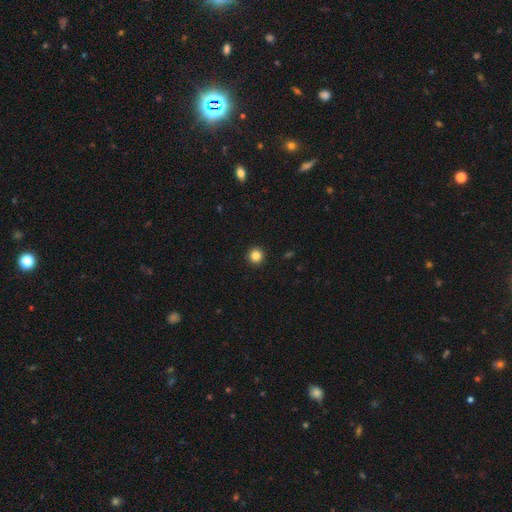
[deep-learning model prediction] Smooth or featured? Predicted: smooth (p=0.85). How rounded? Predicted: round (p=0.95). Merging? Predicted: none (p=0.94).